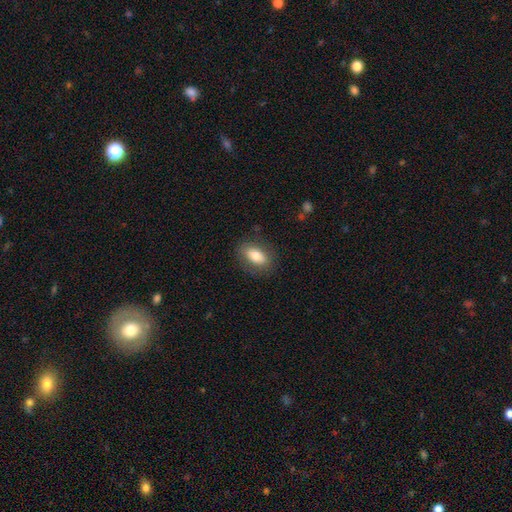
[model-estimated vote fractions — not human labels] Smooth or featured? Predicted: smooth (p=0.77). How rounded? Predicted: in between (p=0.88). Merging? Predicted: none (p=0.82).